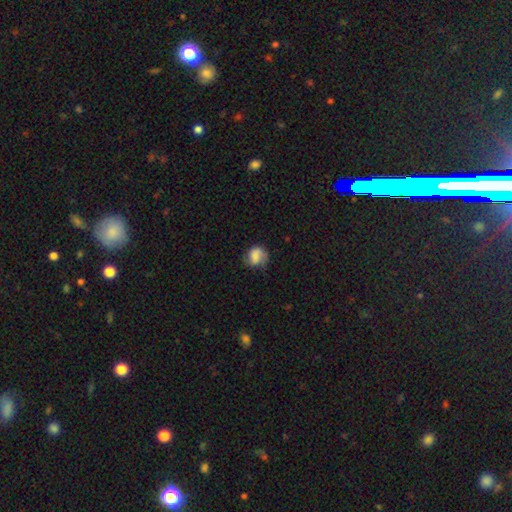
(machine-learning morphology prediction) This is likely a smooth galaxy (70%). How rounded: likely round (63%). Merging: possibly none (54%).